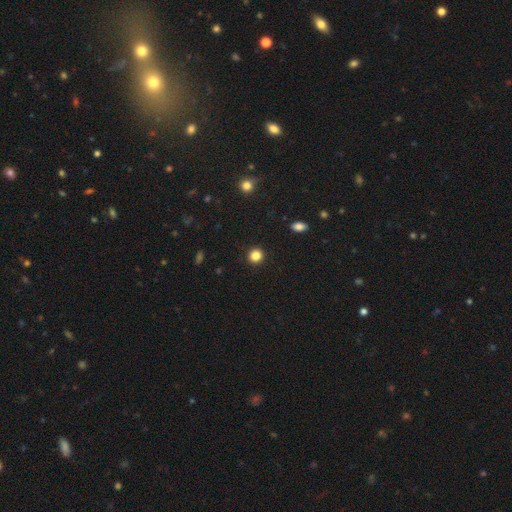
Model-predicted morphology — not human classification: Smooth or featured? Predicted: smooth (p=0.85). How rounded? Predicted: round (p=0.92). Merging? Predicted: none (p=0.93).